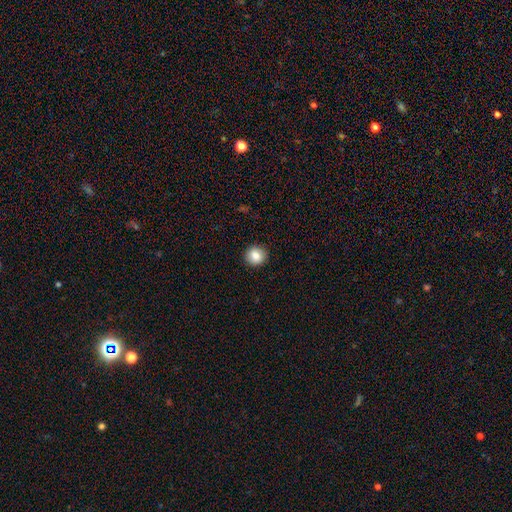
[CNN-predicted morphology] type=smooth (84%); roundness=round (89%); merging=none (92%).